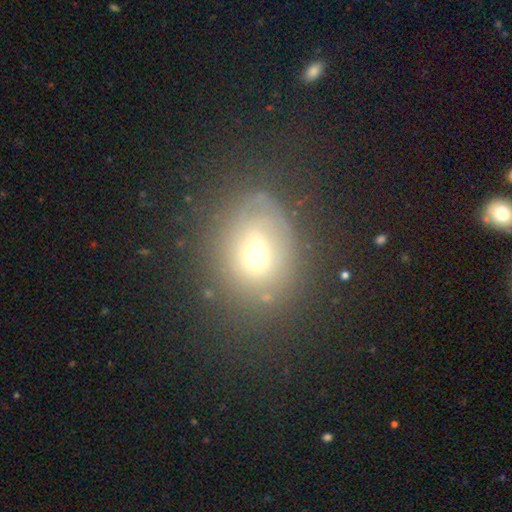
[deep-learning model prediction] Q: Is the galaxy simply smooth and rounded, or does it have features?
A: smooth — 52%.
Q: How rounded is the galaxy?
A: round — 50%.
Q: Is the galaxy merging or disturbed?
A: none — 58%.